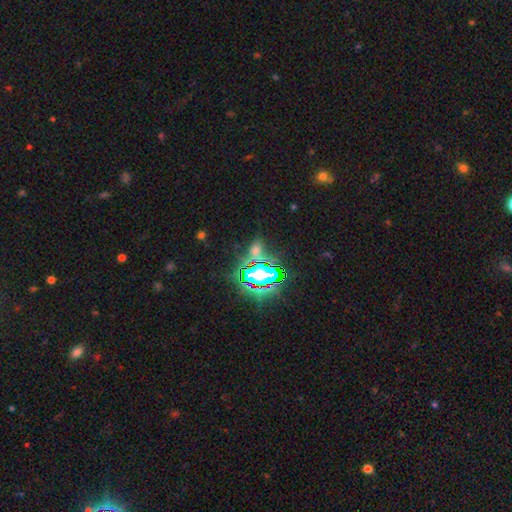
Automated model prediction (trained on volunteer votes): A star or artifact, not a galaxy (72%).

Vote fractions:
- Smooth or featured? star or artifact: 72% / smooth: 17% / featured or disk: 10%